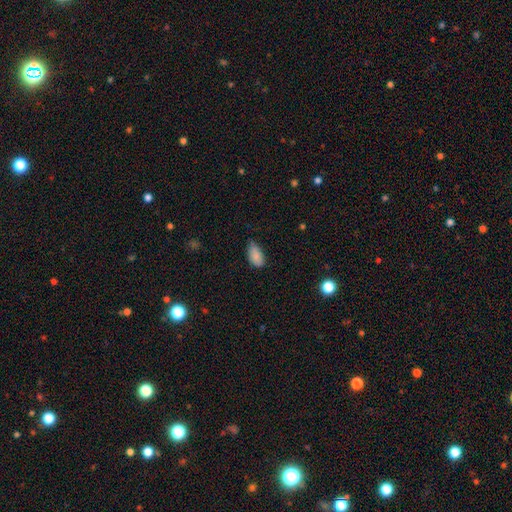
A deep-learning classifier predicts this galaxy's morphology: This appears to be a smooth galaxy with no disk features (85%) that is in between round and cigar-shaped (93%). Merging: none (56%).